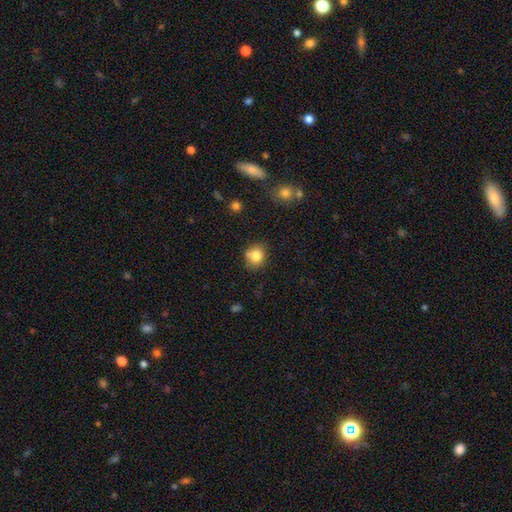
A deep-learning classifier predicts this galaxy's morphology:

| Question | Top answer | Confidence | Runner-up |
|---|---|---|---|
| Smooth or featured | smooth | 81% | star or artifact (11%) |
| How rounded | round | 78% | in between (21%) |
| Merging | none | 75% | minor disturbance (16%) |